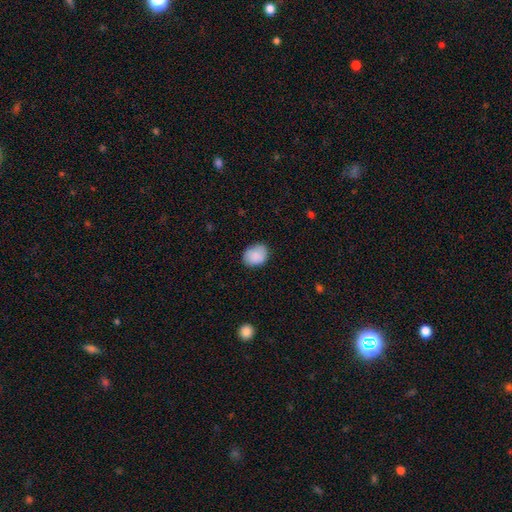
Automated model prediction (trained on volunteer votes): Morphology: type=smooth (88%); roundness=in between (55%); merging=none (81%).